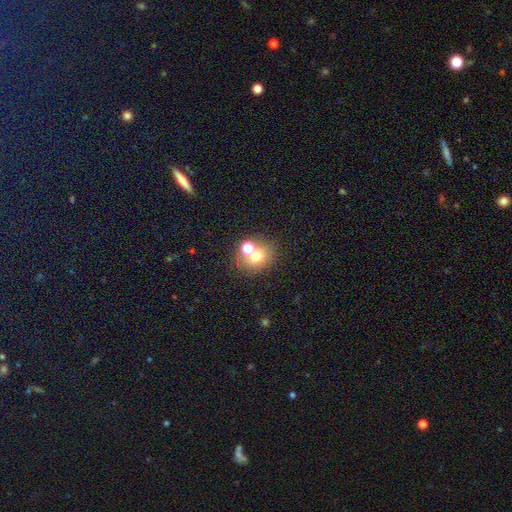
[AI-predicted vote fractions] A smooth galaxy with no disk features (66%) that is round (70%). Merging: none (54%).